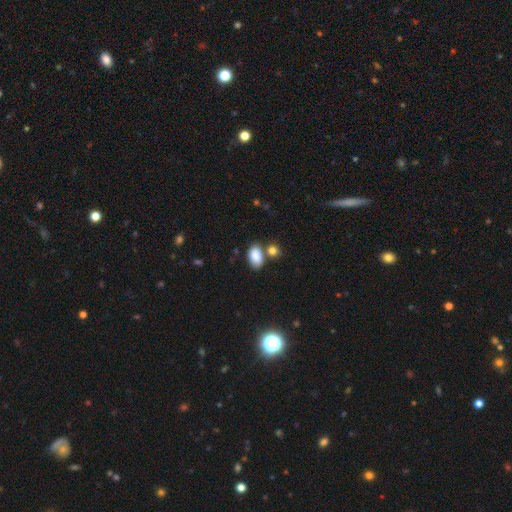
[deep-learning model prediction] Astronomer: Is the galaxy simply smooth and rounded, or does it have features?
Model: smooth — 84%.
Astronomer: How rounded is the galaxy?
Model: in between — 89%.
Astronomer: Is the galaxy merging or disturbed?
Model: none — 58%.